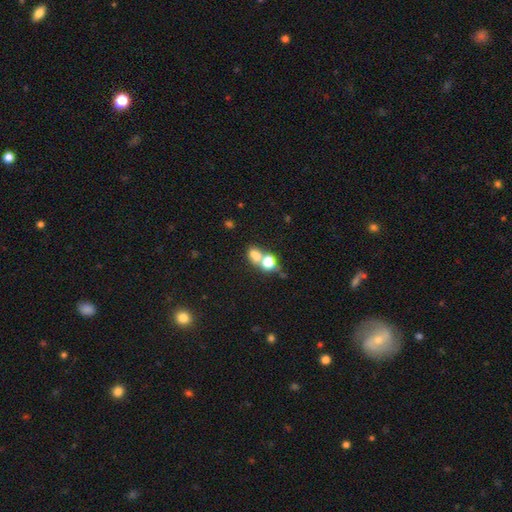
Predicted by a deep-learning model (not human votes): Smooth or featured? smooth (63%)
How rounded? round (59%)
Merging? merger (55%)